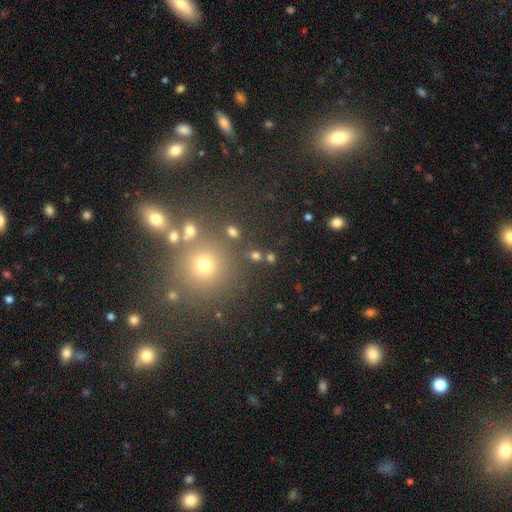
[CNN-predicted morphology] Q: Smooth or featured?
A: smooth (67%); runner-up: star or artifact (25%)
Q: How rounded?
A: round (75%); runner-up: in between (23%)
Q: Merging?
A: none (76%); runner-up: merger (11%)